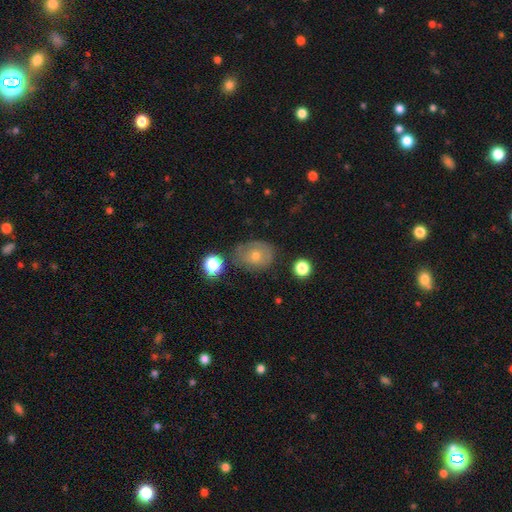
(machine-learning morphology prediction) Smooth or featured? Predicted: smooth (p=0.48). Merging? Predicted: none (p=0.70).